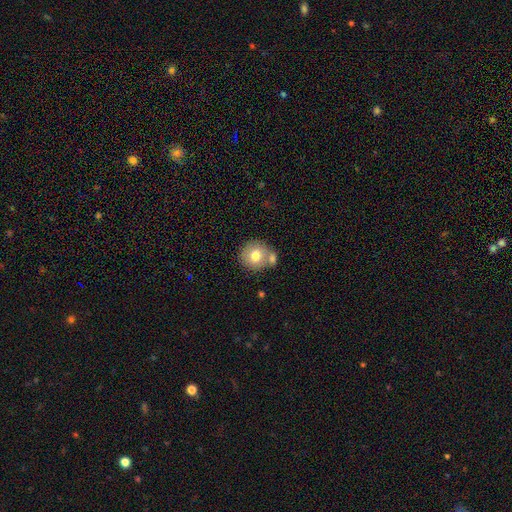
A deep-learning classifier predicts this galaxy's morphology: Smooth or featured: smooth — 75% (featured or disk — 17%)
How rounded: round — 88% (in between — 11%)
Merging: none — 57% (merger — 28%)